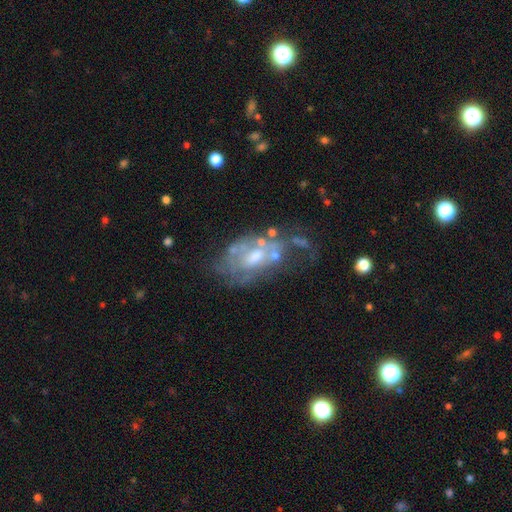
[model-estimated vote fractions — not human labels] Overall: featured or disk (72%). Edge-on disk: no (95%). Bar: no (71%). Spiral arms: no (56%; yes 44%). Bulge size: moderate (52%; small 35%). Merging: none (37%; major disturbance 27%).